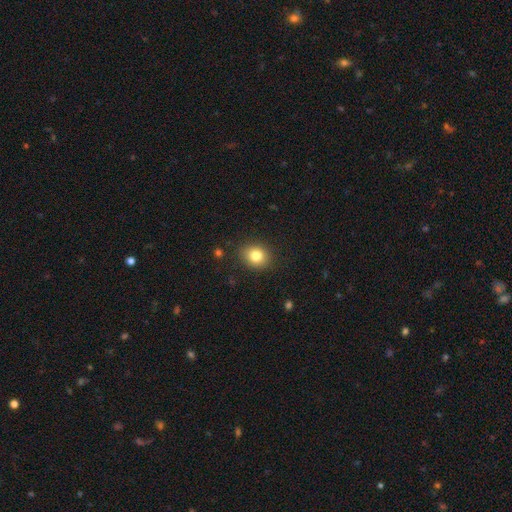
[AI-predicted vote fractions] This is clearly a smooth galaxy (81%). How rounded: likely round (64%). Merging: clearly none (88%).